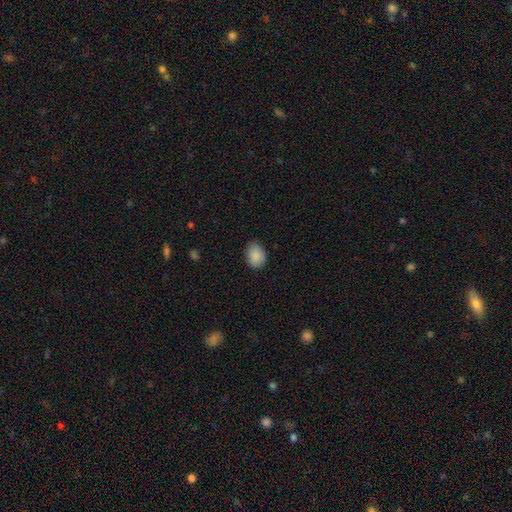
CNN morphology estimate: The model was most divided on "how rounded": in between: 60%, round: 39%, cigar-shaped: 1%. More confident: smooth or featured — smooth (88%); merging — none (81%).